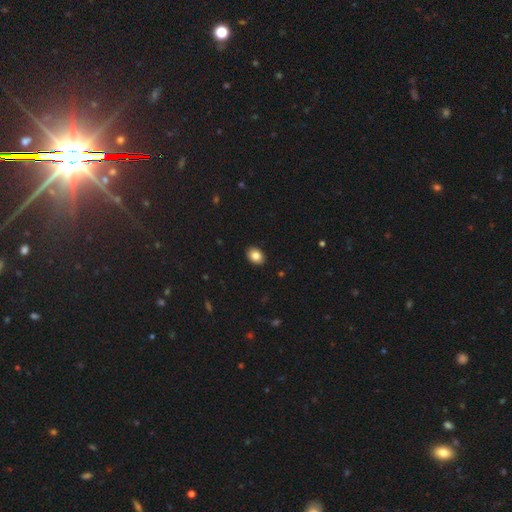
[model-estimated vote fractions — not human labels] smooth_or_featured: smooth (p=0.85) [alt: star or artifact p=0.09]
how_rounded: in between (p=0.69) [alt: round p=0.30]
merging: none (p=0.91) [alt: minor disturbance p=0.07]